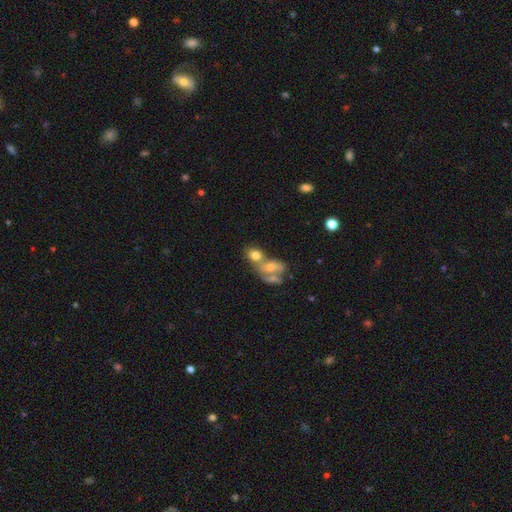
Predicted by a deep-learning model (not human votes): Overall: smooth (68%). How rounded: in between (57%; round 40%). Merging: merger (60%; none 25%).